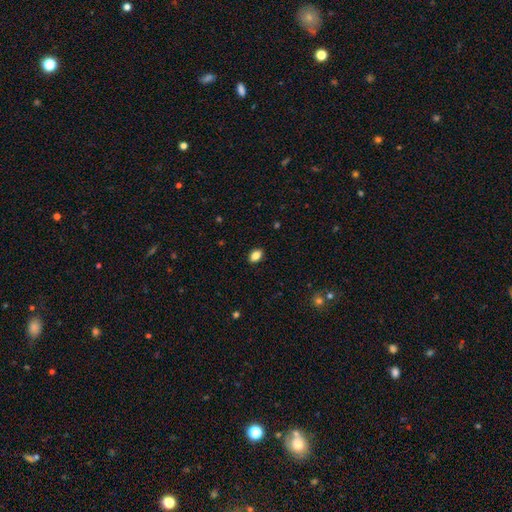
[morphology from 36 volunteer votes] This is clearly a smooth galaxy (89%). How rounded: clearly in between (84%). Merging: clearly none (97%).